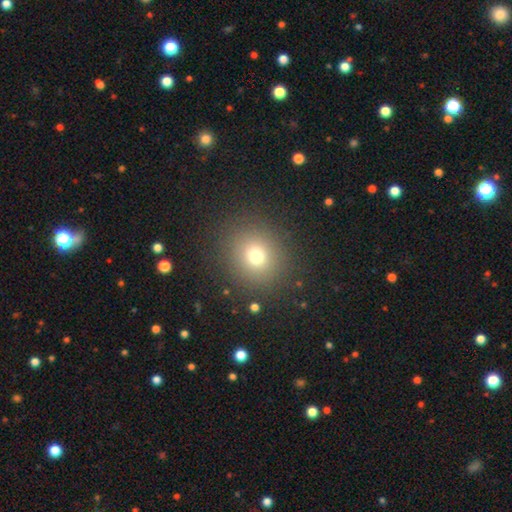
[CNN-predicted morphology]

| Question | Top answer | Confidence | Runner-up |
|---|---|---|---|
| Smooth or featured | smooth | 72% | star or artifact (18%) |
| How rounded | round | 85% | in between (14%) |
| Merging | none | 87% | minor disturbance (7%) |